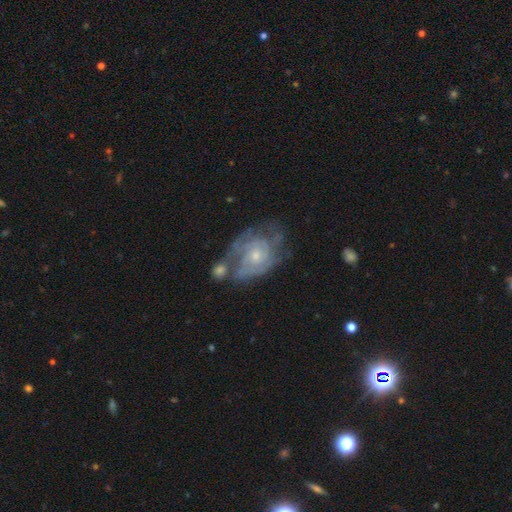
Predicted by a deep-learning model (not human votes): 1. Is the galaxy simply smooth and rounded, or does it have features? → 80% featured or disk, 13% smooth, 6% star or artifact.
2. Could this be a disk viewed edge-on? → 97% no, 3% yes.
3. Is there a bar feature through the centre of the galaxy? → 76% no, 20% weak, 3% strong.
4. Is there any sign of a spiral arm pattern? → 88% yes, 12% no.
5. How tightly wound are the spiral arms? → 58% tight, 32% medium, 10% loose.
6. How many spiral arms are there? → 40% can't tell, 26% 2, 18% 3, 7% 4, 6% 1, 4% more than 4.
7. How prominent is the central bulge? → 66% small, 29% moderate, 2% none, 2% large, 1% dominant.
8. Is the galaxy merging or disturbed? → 39% none, 22% minor disturbance, 20% major disturbance, 19% merger.